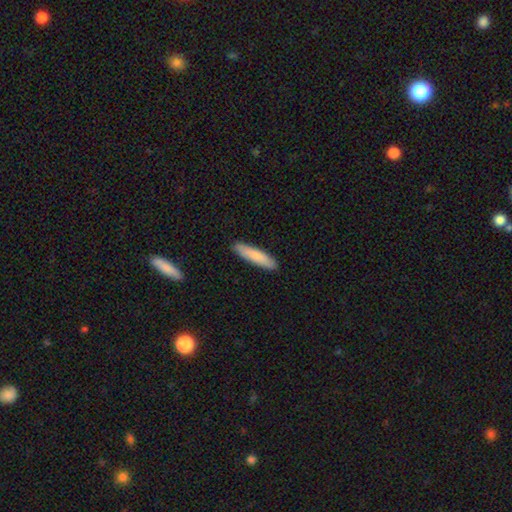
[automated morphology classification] smooth_or_featured: smooth (p=0.83) [alt: featured or disk p=0.11]
how_rounded: cigar-shaped (p=0.85) [alt: in between p=0.13]
merging: none (p=0.89) [alt: minor disturbance p=0.08]